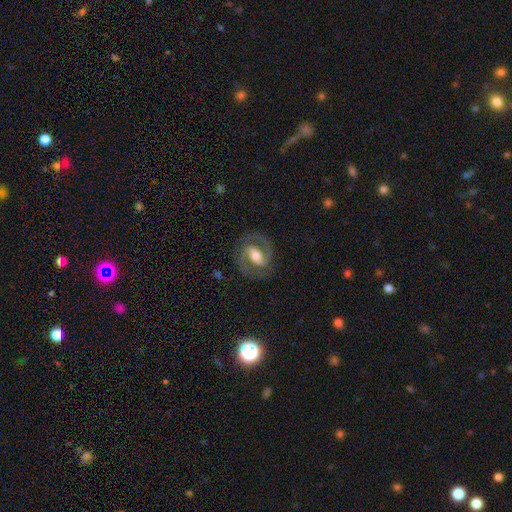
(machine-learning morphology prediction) Overall: featured or disk (86%). Edge-on disk: no (97%). Bar: strong (43%; weak 41%). Spiral arms: yes (96%). Spiral arm count: 2 (93%). Spiral winding: medium (59%; tight 29%). Bulge size: moderate (60%). Merging: none (82%).